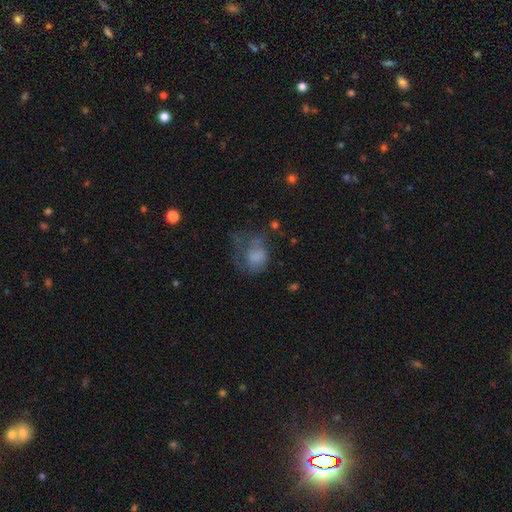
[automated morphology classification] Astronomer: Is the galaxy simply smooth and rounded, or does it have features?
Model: smooth — 59%.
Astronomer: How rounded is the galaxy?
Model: in between — 51% (runner-up: round, 47%).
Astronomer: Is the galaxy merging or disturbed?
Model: major disturbance — 50%.